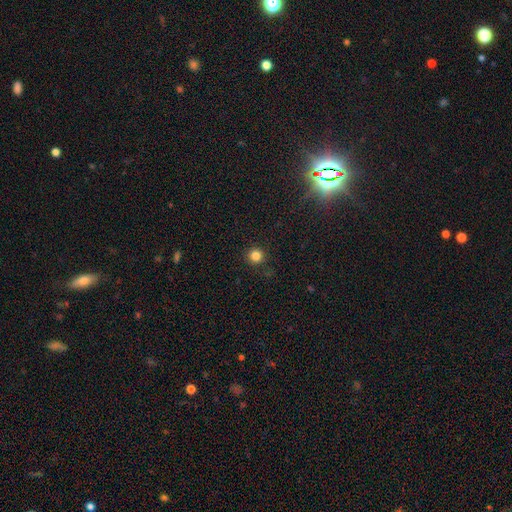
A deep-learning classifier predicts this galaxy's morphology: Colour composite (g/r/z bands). It shows a smooth galaxy with no disk features (83%) that is round (95%). Merging: none (91%).